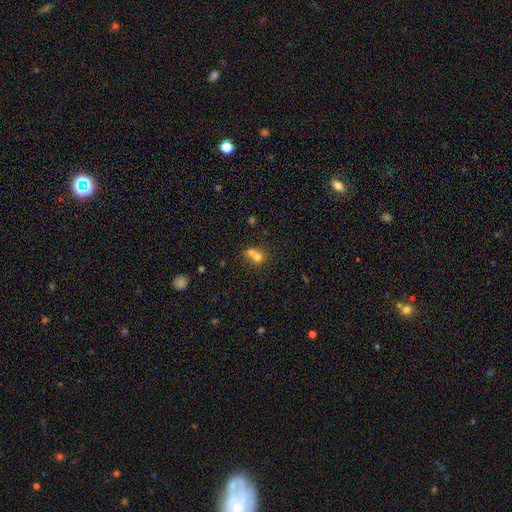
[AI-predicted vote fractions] Smooth or featured? smooth (69%)
How rounded? round (75%)
Merging? merger (62%)